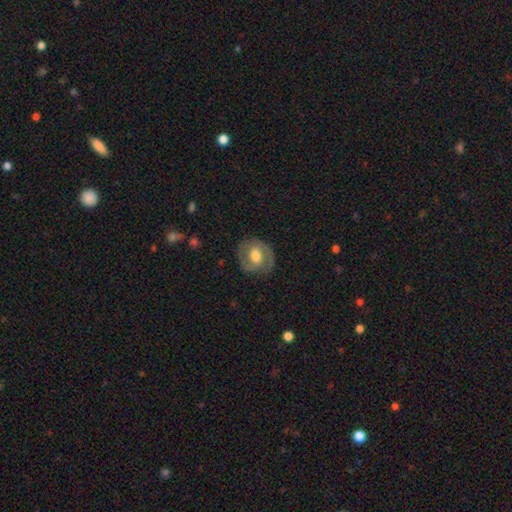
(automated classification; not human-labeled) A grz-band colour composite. It shows a featured or disk galaxy (52%). Merging: none (78%).